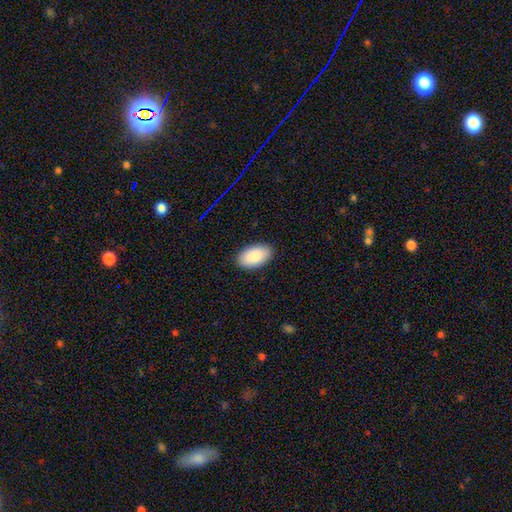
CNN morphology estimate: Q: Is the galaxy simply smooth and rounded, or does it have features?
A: smooth — 90%.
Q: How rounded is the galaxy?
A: in between — 96%.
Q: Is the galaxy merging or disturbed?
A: none — 88%.